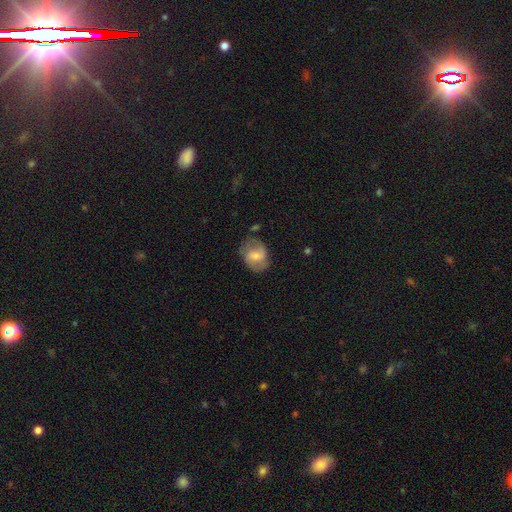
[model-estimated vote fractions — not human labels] smooth_or_featured: featured or disk (p=0.50) [alt: smooth p=0.43]
merging: none (p=0.66) [alt: minor disturbance p=0.22]